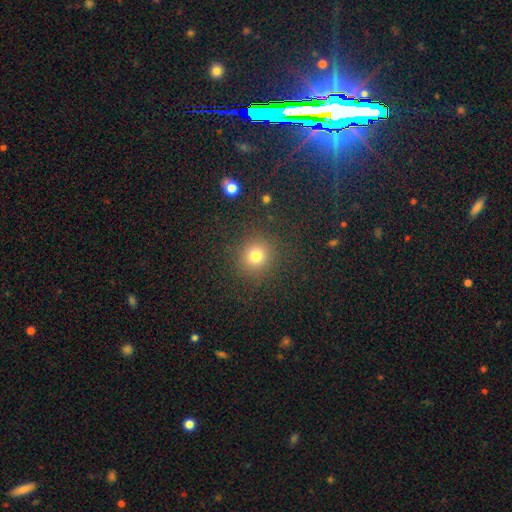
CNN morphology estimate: Smooth or featured? Predicted: smooth (p=0.78). How rounded? Predicted: round (p=0.92). Merging? Predicted: none (p=0.89).